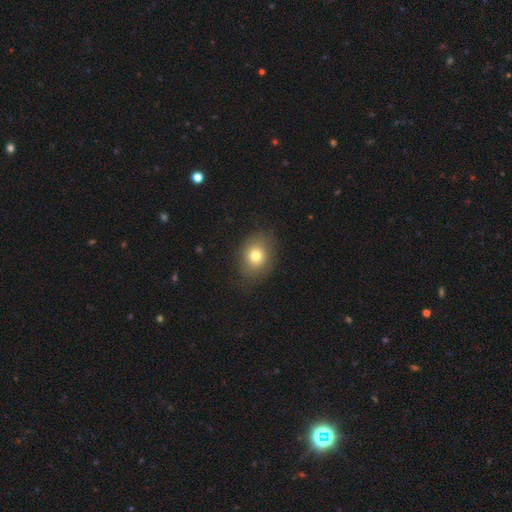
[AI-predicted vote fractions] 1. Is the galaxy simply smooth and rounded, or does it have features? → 76% smooth, 14% featured or disk, 11% star or artifact.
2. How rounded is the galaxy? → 55% in between, 44% round, 1% cigar-shaped.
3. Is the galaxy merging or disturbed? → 80% none, 14% minor disturbance, 5% major disturbance, 1% merger.